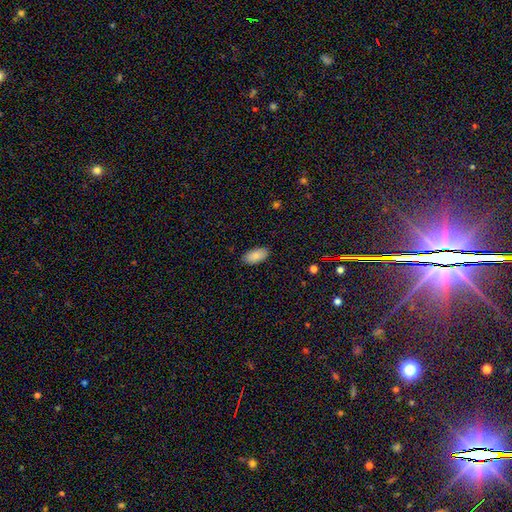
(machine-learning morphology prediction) smooth_or_featured: smooth (p=0.88) [alt: star or artifact p=0.07]
how_rounded: in between (p=0.94) [alt: cigar-shaped p=0.04]
merging: none (p=0.88) [alt: minor disturbance p=0.09]